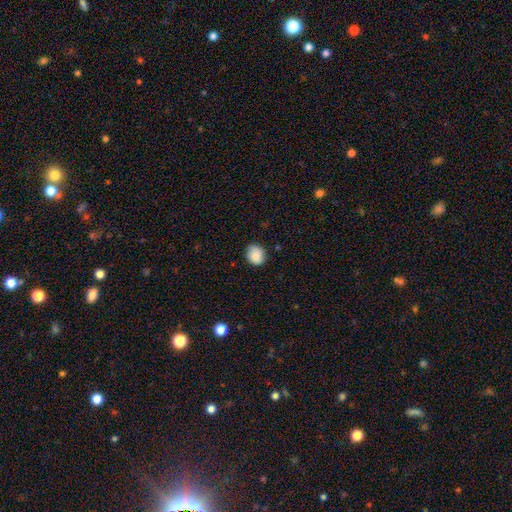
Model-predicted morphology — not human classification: smooth 83%, featured or disk 9%, star or artifact 8%. Down the decision tree: how rounded — round (66%); merging — none (75%).